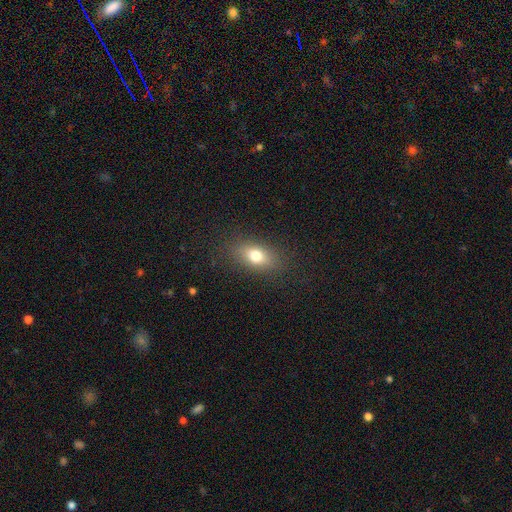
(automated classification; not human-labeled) A smooth galaxy with no disk features (75%) that is in between round and cigar-shaped (78%). Merging: none (85%).